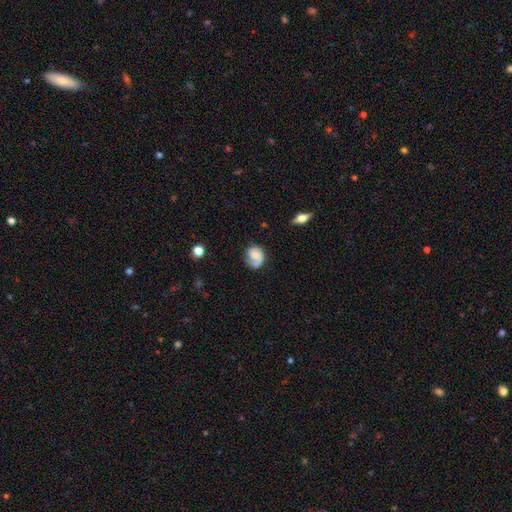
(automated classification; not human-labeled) Smooth or featured? Predicted: smooth (p=0.47). Merging? Predicted: none (p=0.57).